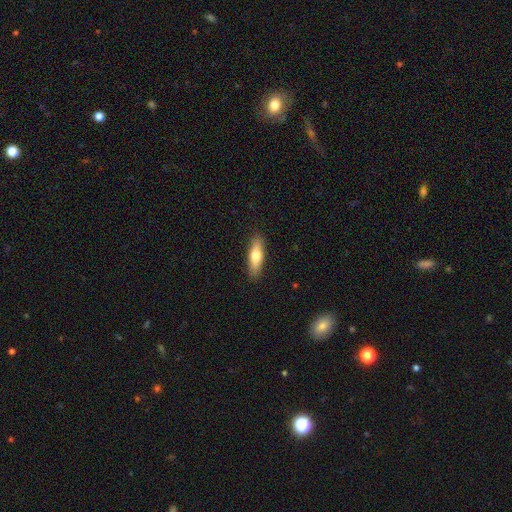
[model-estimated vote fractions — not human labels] Smooth or featured? smooth (70%)
How rounded? cigar-shaped (53%)
Merging? none (88%)